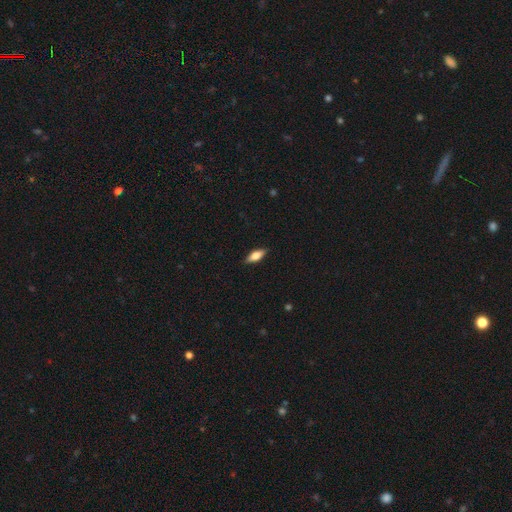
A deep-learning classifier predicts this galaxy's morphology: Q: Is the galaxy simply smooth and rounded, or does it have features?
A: smooth — 61%.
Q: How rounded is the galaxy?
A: in between — 67%.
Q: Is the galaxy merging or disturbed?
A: none — 87%.